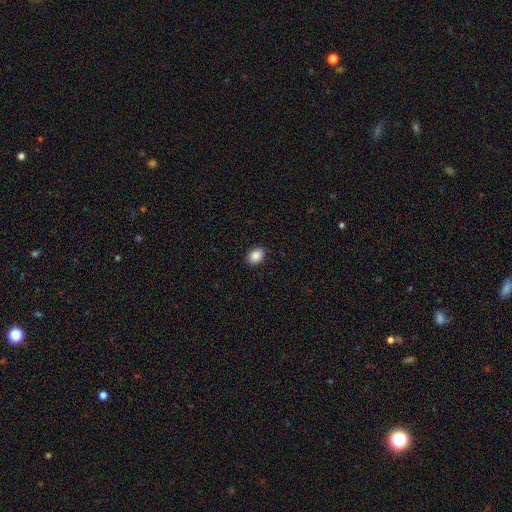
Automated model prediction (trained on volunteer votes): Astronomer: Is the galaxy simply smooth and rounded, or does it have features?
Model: smooth — 89%.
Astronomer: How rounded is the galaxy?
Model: in between — 74%.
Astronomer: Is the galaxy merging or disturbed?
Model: none — 89%.